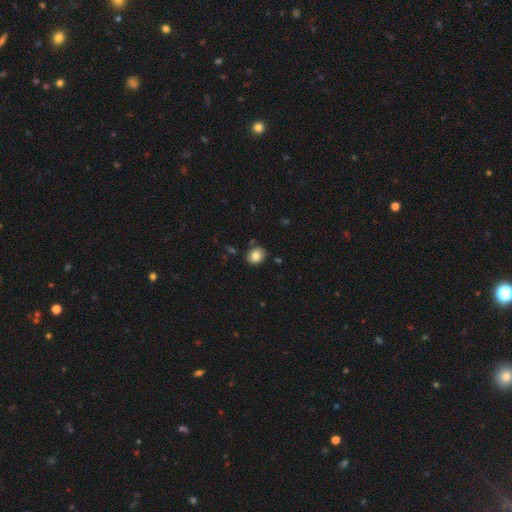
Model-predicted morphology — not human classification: smooth_or_featured: smooth (p=0.83) [alt: star or artifact p=0.09]
how_rounded: round (p=0.56) [alt: in between p=0.43]
merging: none (p=0.83) [alt: minor disturbance p=0.11]